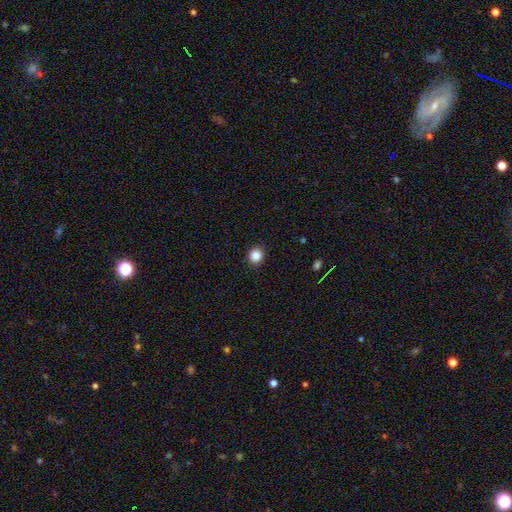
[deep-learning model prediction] This is clearly a smooth galaxy (85%). How rounded: clearly round (85%). Merging: clearly none (91%).